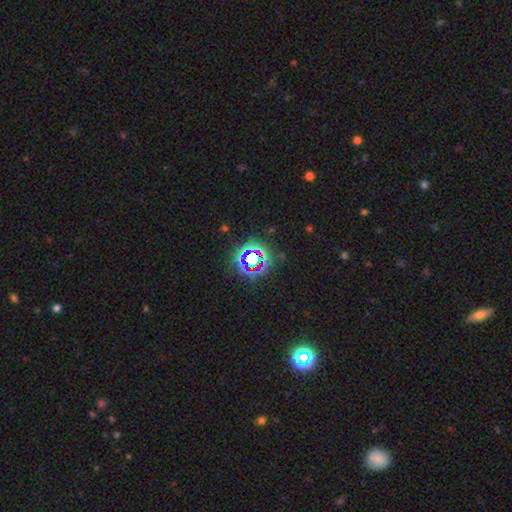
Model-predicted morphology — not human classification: smooth_or_featured: star or artifact (p=0.72) [alt: smooth p=0.18]